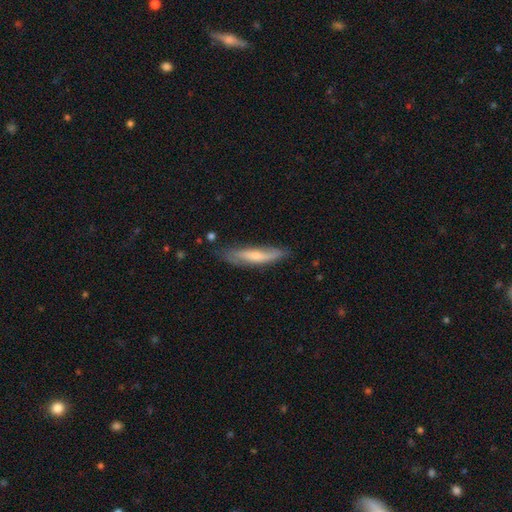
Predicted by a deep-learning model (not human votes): The model was most divided on "smooth or featured": smooth: 52%, featured or disk: 42%, star or artifact: 6%. More confident: how rounded — cigar-shaped (85%); merging — none (72%).